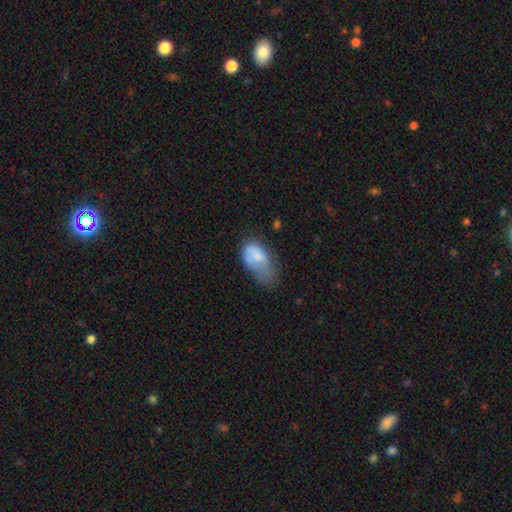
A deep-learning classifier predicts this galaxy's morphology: Smooth or featured? smooth (68%)
How rounded? in between (90%)
Merging? major disturbance (45%)